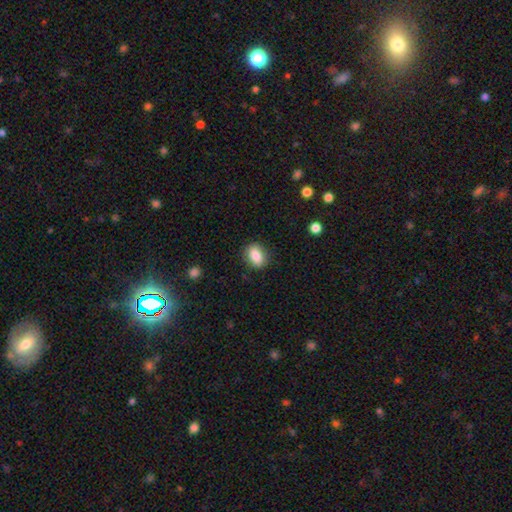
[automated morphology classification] Smooth or featured? smooth (85%)
How rounded? in between (74%)
Merging? none (85%)